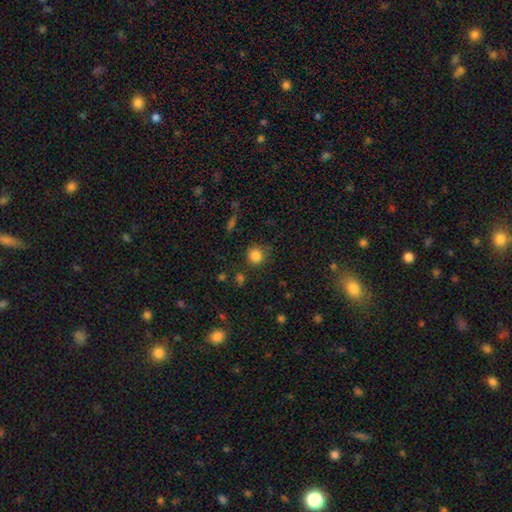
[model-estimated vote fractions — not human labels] smooth_or_featured: smooth (p=0.83) [alt: star or artifact p=0.12]
how_rounded: round (p=0.91) [alt: in between p=0.08]
merging: none (p=0.81) [alt: minor disturbance p=0.12]